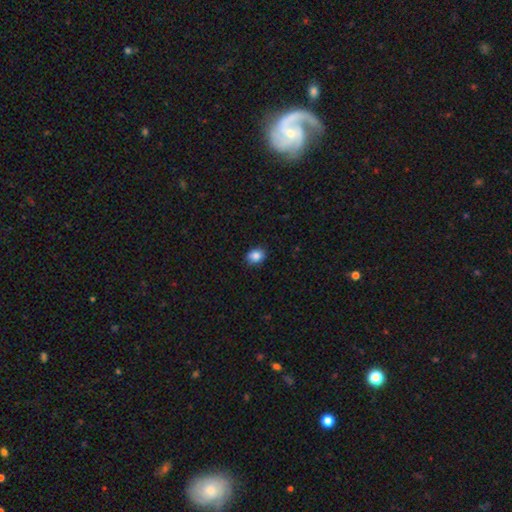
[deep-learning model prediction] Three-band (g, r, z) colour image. It shows a smooth galaxy with no disk features (86%) that is in between round and cigar-shaped (56%). Merging: none (88%).